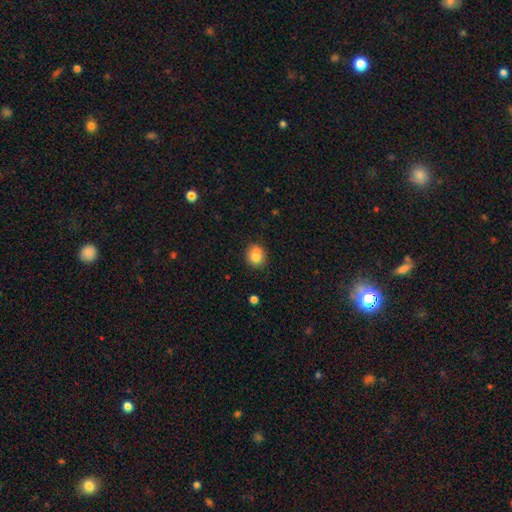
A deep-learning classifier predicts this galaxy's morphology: Overall: smooth (78%). How rounded: round (75%). Merging: none (61%).